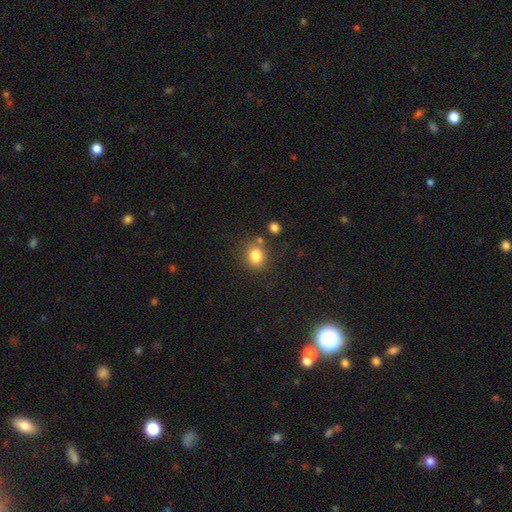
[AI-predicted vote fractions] A smooth galaxy with no disk features (82%) that is round (70%).

Vote fractions:
- Smooth or featured? smooth: 82% / star or artifact: 11% / featured or disk: 7%
- How rounded? round: 70% / in between: 29% / cigar-shaped: 1%
- Merging? none: 75% / minor disturbance: 12% / merger: 10% / major disturbance: 4%